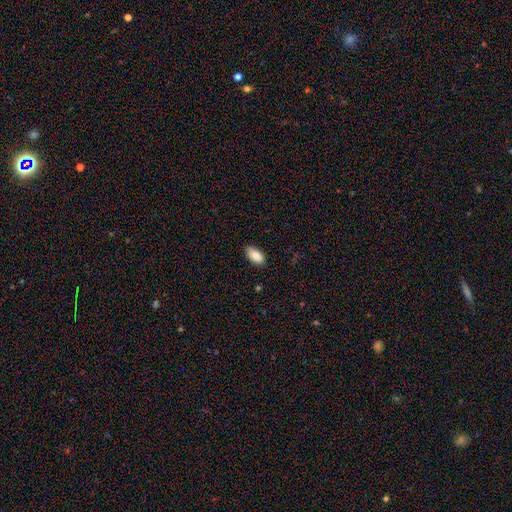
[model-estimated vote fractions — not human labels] Smooth or featured? smooth (87%)
How rounded? in between (94%)
Merging? none (86%)